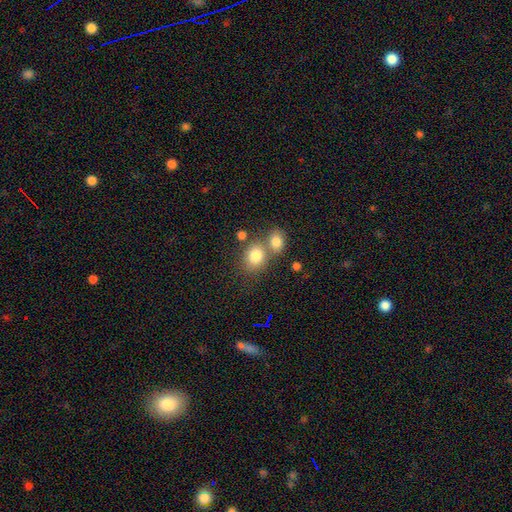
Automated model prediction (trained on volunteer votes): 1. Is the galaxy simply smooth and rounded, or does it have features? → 80% smooth, 11% star or artifact, 9% featured or disk.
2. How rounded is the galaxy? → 59% round, 40% in between, 1% cigar-shaped.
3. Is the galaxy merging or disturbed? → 47% none, 39% merger, 10% minor disturbance, 4% major disturbance.